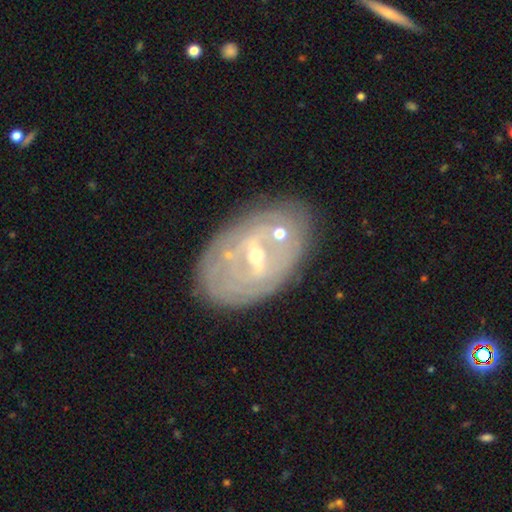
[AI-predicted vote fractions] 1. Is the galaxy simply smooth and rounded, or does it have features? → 74% featured or disk, 16% smooth, 10% star or artifact.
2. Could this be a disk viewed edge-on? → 93% no, 7% yes.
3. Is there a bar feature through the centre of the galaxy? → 45% weak, 32% strong, 22% no.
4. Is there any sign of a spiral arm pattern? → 55% yes, 45% no.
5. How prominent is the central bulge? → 63% small, 33% moderate, 2% none, 2% large, 1% dominant.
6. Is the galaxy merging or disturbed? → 69% none, 15% minor disturbance, 9% merger, 6% major disturbance.